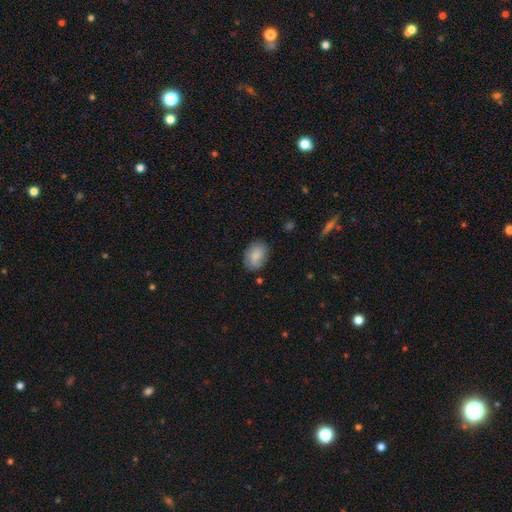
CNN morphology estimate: Smooth or featured? smooth (82%)
How rounded? in between (79%)
Merging? none (77%)